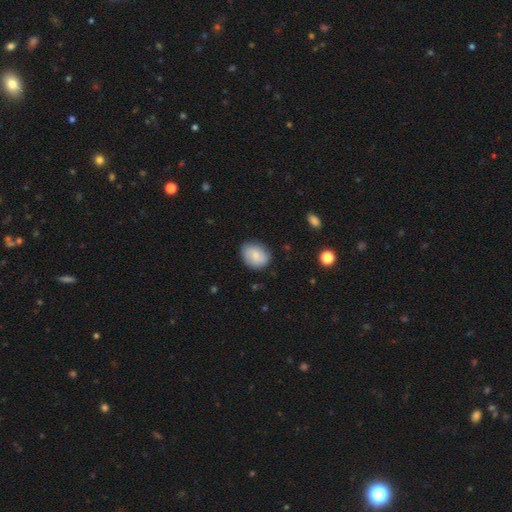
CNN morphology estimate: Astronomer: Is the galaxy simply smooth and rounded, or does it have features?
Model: smooth — 68%.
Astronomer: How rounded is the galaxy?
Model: round — 52% (runner-up: in between, 47%).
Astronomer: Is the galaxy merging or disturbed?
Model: none — 81%.